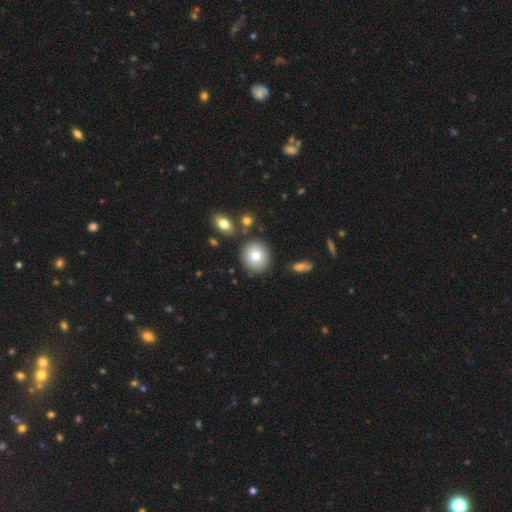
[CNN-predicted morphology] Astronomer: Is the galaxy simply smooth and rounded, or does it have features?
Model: smooth — 76%.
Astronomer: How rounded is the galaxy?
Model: round — 89%.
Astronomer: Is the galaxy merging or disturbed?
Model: none — 84%.